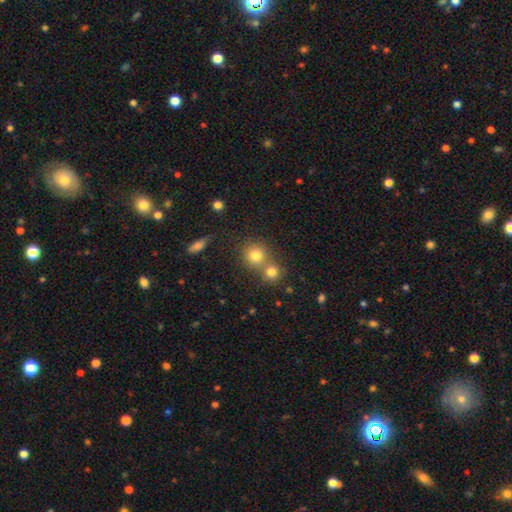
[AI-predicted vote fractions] A smooth galaxy with no disk features (78%) that is round (86%).

Vote fractions:
- Smooth or featured? smooth: 78% / star or artifact: 13% / featured or disk: 9%
- How rounded? round: 86% / in between: 13% / cigar-shaped: 1%
- Merging? none: 50% / merger: 40% / minor disturbance: 7% / major disturbance: 3%